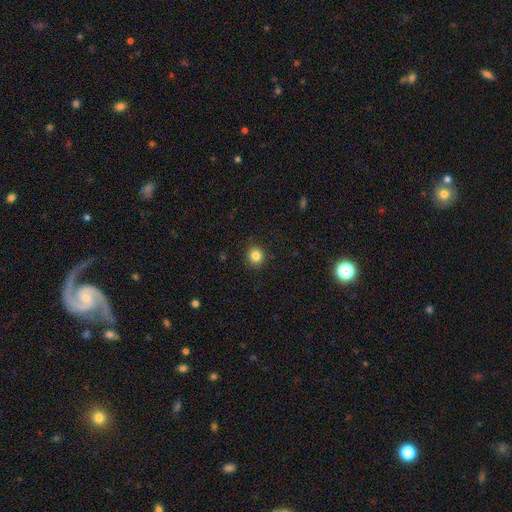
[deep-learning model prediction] Morphology: type=smooth (84%); roundness=round (92%); merging=none (92%).